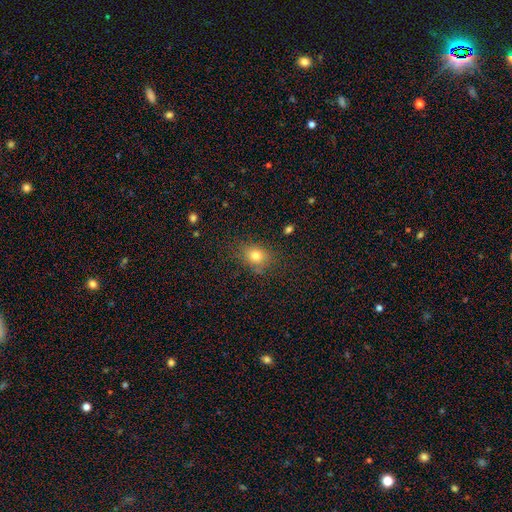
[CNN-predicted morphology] Smooth or featured: smooth — 78% (star or artifact — 13%)
How rounded: in between — 50% (round — 49%)
Merging: none — 77% (minor disturbance — 16%)